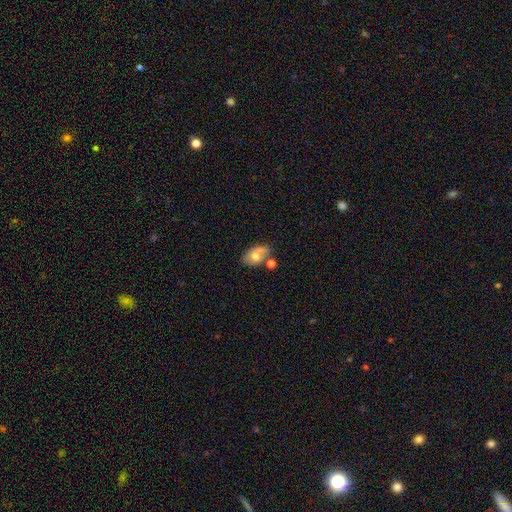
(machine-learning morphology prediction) This is likely a smooth galaxy (63%). How rounded: clearly in between (83%). Merging: possibly none (45%).